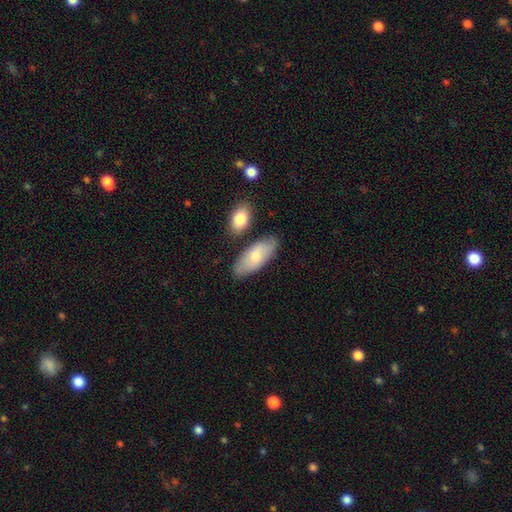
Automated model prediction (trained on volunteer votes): Q: Smooth or featured?
A: smooth (72%); runner-up: featured or disk (22%)
Q: How rounded?
A: in between (84%); runner-up: cigar-shaped (14%)
Q: Merging?
A: none (75%); runner-up: minor disturbance (15%)